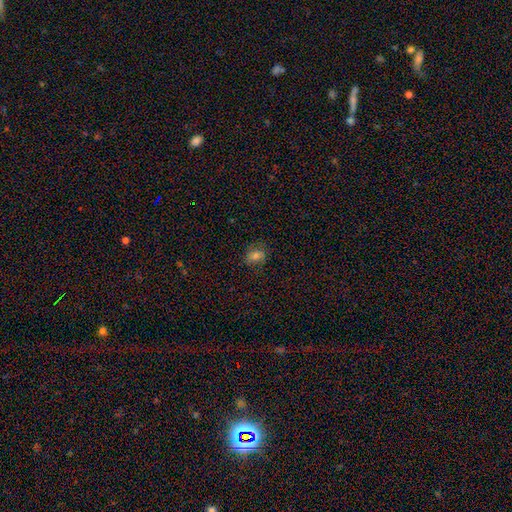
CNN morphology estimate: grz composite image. It shows a smooth galaxy with no disk features (67%) that is in between round and cigar-shaped (55%). Merging: none (73%).